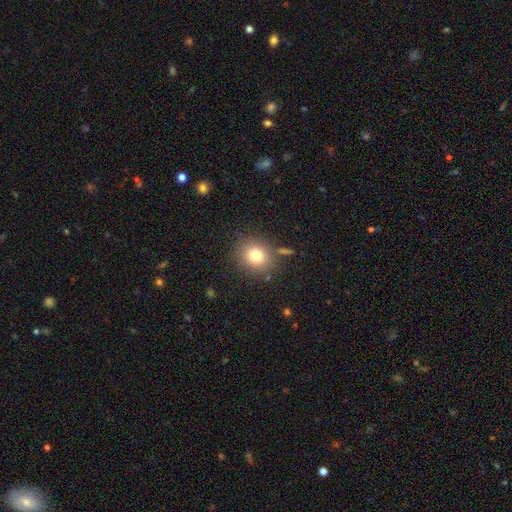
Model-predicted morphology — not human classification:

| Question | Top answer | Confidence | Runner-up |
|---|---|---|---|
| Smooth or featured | smooth | 78% | star or artifact (12%) |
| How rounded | round | 74% | in between (25%) |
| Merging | none | 82% | minor disturbance (10%) |